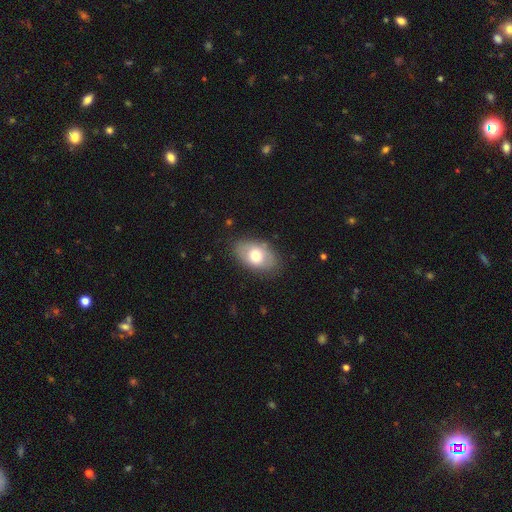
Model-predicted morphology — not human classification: Q: Smooth or featured?
A: smooth (66%); runner-up: featured or disk (27%)
Q: How rounded?
A: in between (89%); runner-up: round (10%)
Q: Merging?
A: none (79%); runner-up: minor disturbance (15%)